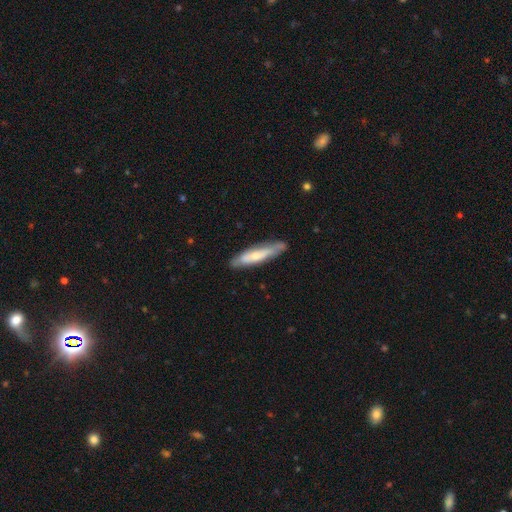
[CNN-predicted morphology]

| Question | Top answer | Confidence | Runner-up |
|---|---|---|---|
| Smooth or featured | smooth | 51% | featured or disk (43%) |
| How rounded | cigar-shaped | 82% | in between (17%) |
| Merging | none | 76% | minor disturbance (18%) |